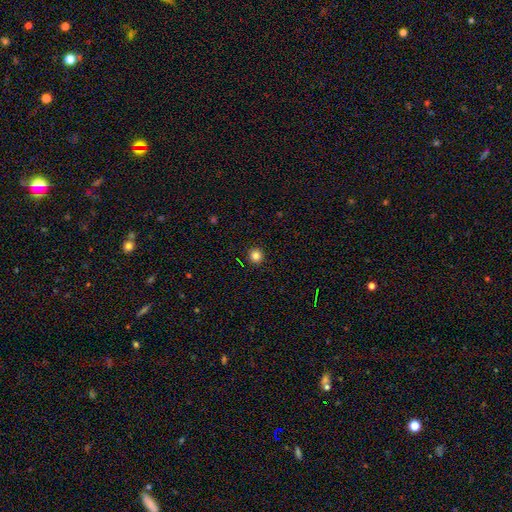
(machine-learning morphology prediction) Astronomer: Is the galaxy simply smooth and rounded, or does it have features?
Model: smooth — 83%.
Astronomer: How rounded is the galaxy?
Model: round — 95%.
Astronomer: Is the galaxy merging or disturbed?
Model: none — 92%.